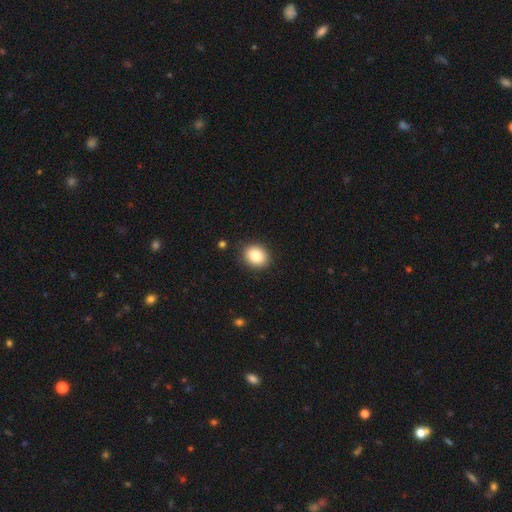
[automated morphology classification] Q: Smooth or featured?
A: smooth (85%); runner-up: star or artifact (9%)
Q: How rounded?
A: round (50%); runner-up: in between (49%)
Q: Merging?
A: none (89%); runner-up: minor disturbance (8%)